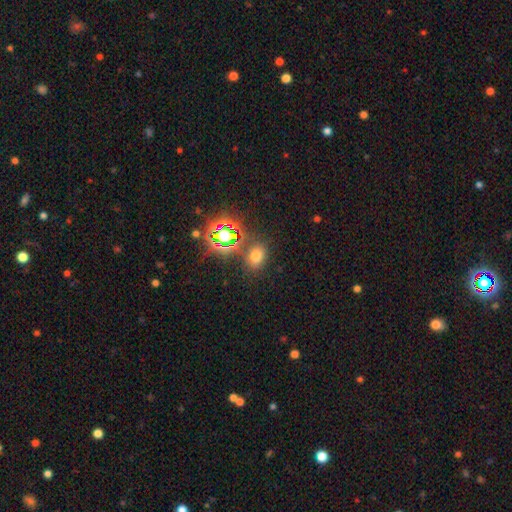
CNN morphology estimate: A smooth galaxy with no disk features (63%) that is in between round and cigar-shaped (63%). Merging: none (79%).